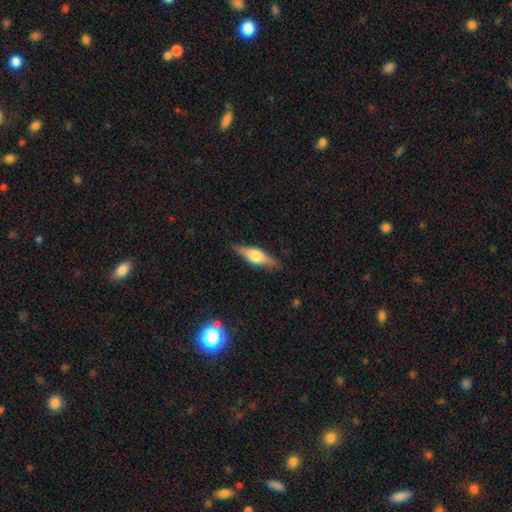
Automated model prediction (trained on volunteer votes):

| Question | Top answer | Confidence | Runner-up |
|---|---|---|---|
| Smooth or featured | featured or disk | 59% | smooth (35%) |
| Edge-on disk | yes | 95% | no (5%) |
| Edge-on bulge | rounded | 90% | boxy (8%) |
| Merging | none | 86% | minor disturbance (11%) |